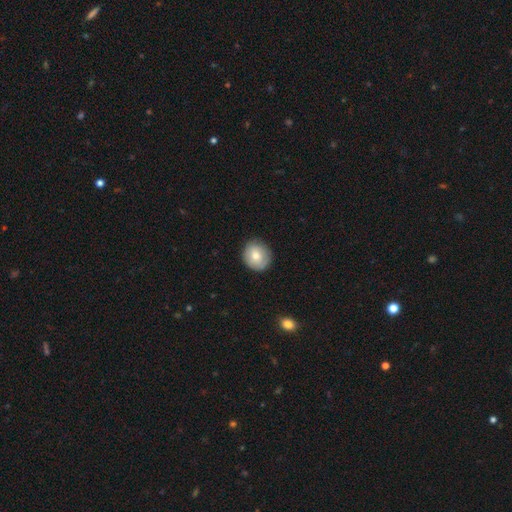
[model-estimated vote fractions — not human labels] Q: Smooth or featured?
A: smooth (72%); runner-up: featured or disk (21%)
Q: How rounded?
A: round (84%); runner-up: in between (15%)
Q: Merging?
A: none (85%); runner-up: minor disturbance (12%)